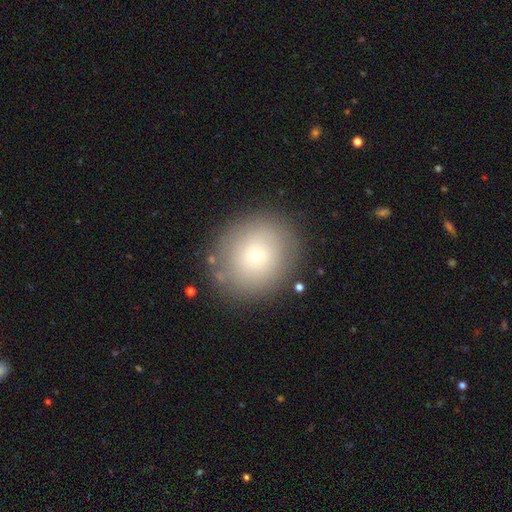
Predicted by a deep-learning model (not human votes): Morphology: type=smooth (68%); roundness=round (86%); merging=none (85%).